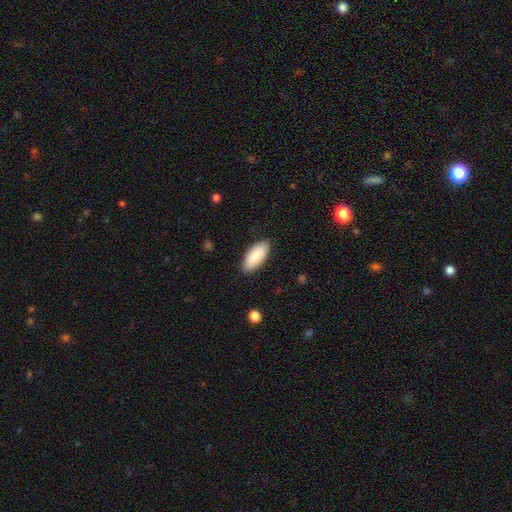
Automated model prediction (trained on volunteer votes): A smooth galaxy with no disk features (89%) that is in between round and cigar-shaped (89%).

Vote fractions:
- Smooth or featured? smooth: 89% / featured or disk: 6% / star or artifact: 5%
- How rounded? in between: 89% / cigar-shaped: 9% / round: 2%
- Merging? none: 88% / minor disturbance: 9% / major disturbance: 2% / merger: 1%